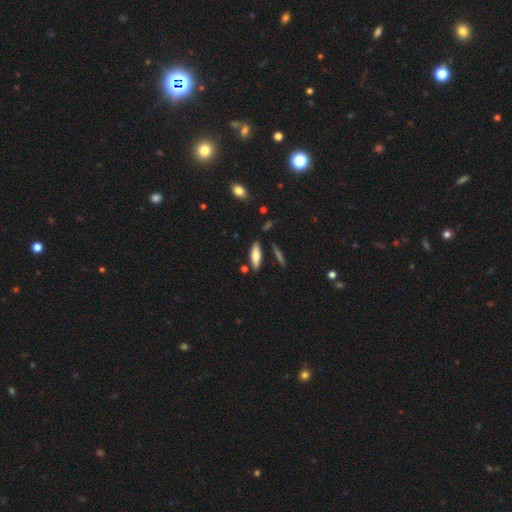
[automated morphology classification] Smooth or featured: smooth — 70% (featured or disk — 24%)
How rounded: in between — 51% (cigar-shaped — 47%)
Merging: none — 82% (minor disturbance — 11%)